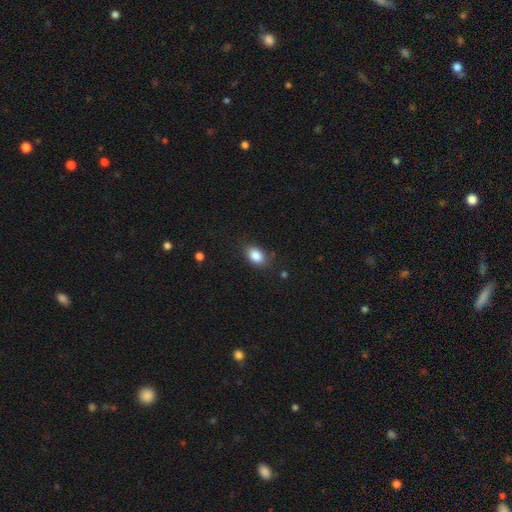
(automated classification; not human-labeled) Smooth or featured?
  - smooth: 87% *
  - star or artifact: 8%
  - featured or disk: 5%
How rounded?
  - in between: 84% *
  - round: 14%
  - cigar-shaped: 2%
Merging?
  - none: 79% *
  - minor disturbance: 16%
  - major disturbance: 4%
  - merger: 2%